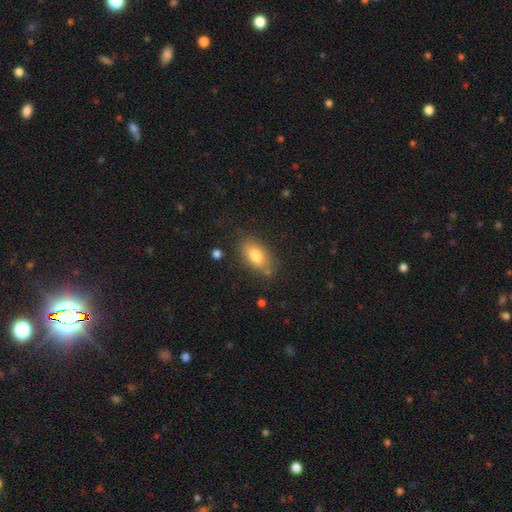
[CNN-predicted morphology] Q: Smooth or featured?
A: smooth (79%); runner-up: featured or disk (13%)
Q: How rounded?
A: in between (88%); runner-up: cigar-shaped (6%)
Q: Merging?
A: none (78%); runner-up: minor disturbance (15%)